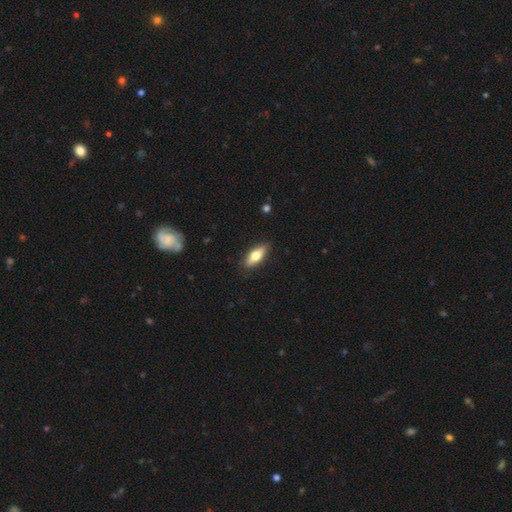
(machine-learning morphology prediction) This is possibly a smooth galaxy (59%). How rounded: likely in between (62%). Merging: clearly none (88%).